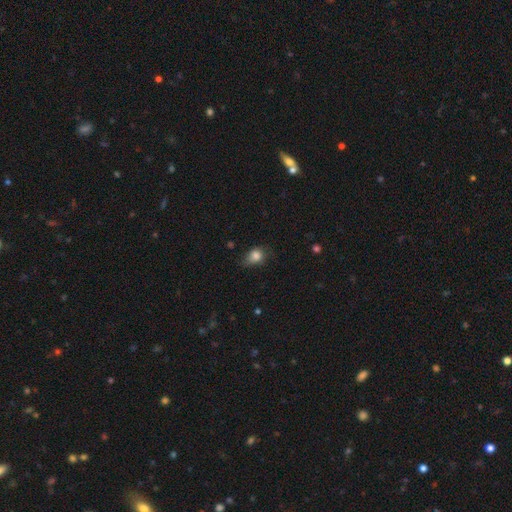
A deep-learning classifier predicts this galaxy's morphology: Q: Smooth or featured?
A: smooth (82%); runner-up: star or artifact (10%)
Q: How rounded?
A: in between (59%); runner-up: round (39%)
Q: Merging?
A: none (54%); runner-up: minor disturbance (34%)